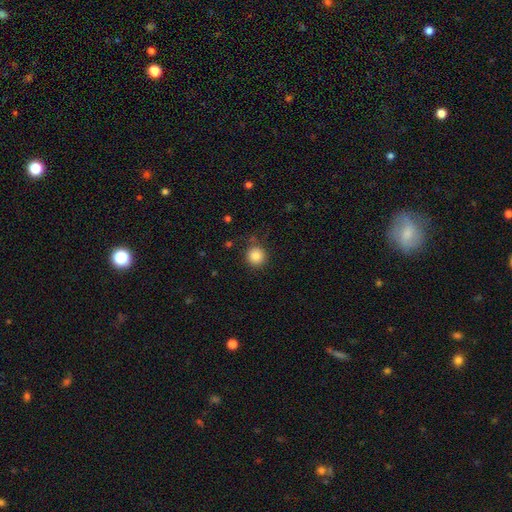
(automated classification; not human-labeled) A smooth galaxy with no disk features (84%) that is round (94%). Merging: none (87%).